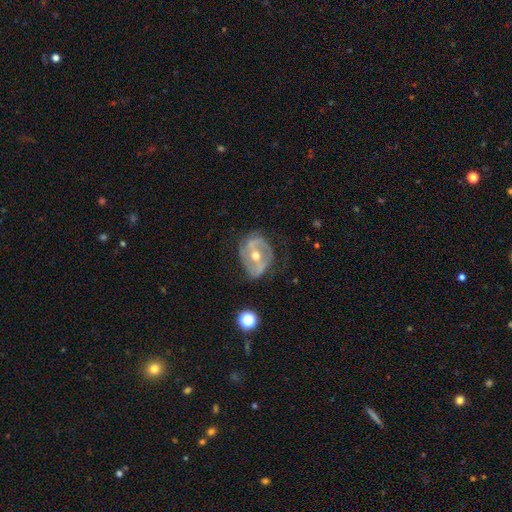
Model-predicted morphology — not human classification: A featured or disk galaxy (81%) with a weak bar (35%), 2 (70%) medium (42%) spiral arms (82%) and a moderate central bulge (69%). Merging: none (63%).